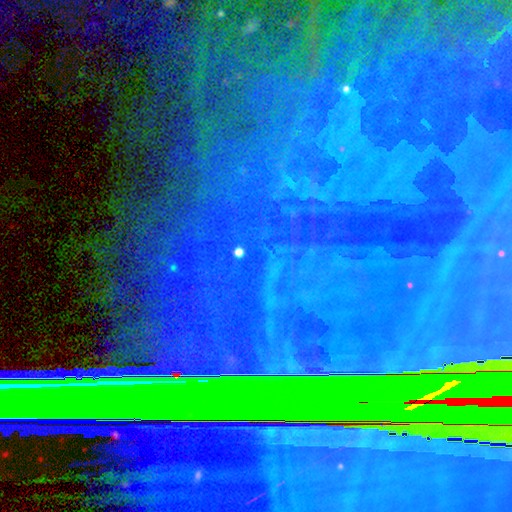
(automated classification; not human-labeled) Q: Smooth or featured?
A: star or artifact (82%); runner-up: featured or disk (10%)